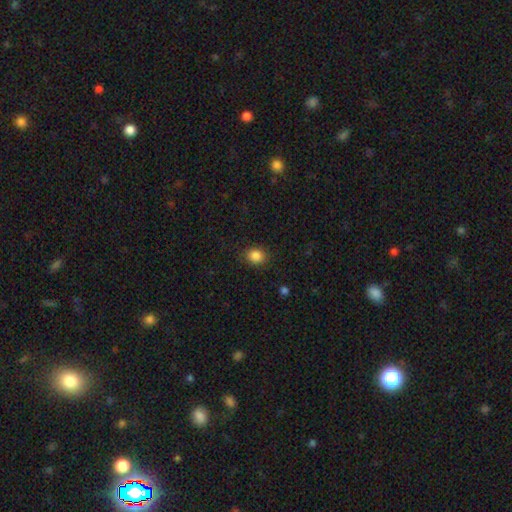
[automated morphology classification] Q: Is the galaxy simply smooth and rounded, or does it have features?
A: smooth — 86%.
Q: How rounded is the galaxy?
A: round — 62%.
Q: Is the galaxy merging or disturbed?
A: none — 86%.